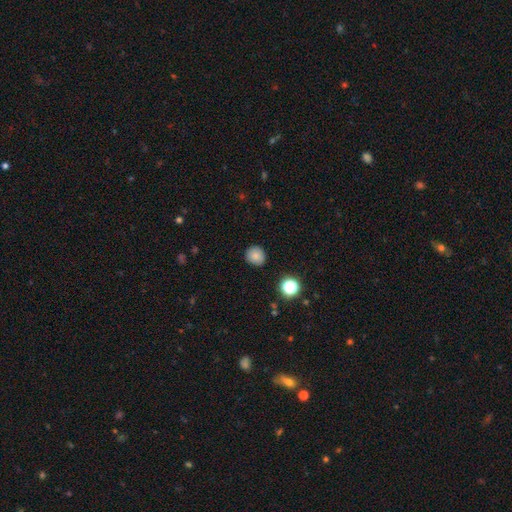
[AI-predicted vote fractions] Smooth or featured: smooth — 82% (star or artifact — 12%)
How rounded: round — 88% (in between — 11%)
Merging: none — 88% (minor disturbance — 9%)